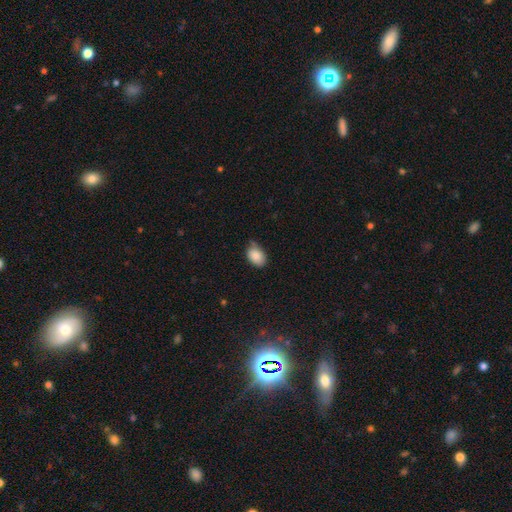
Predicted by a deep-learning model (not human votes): This appears to be a smooth galaxy with no disk features (87%) that is in between round and cigar-shaped (84%). Merging: none (59%).